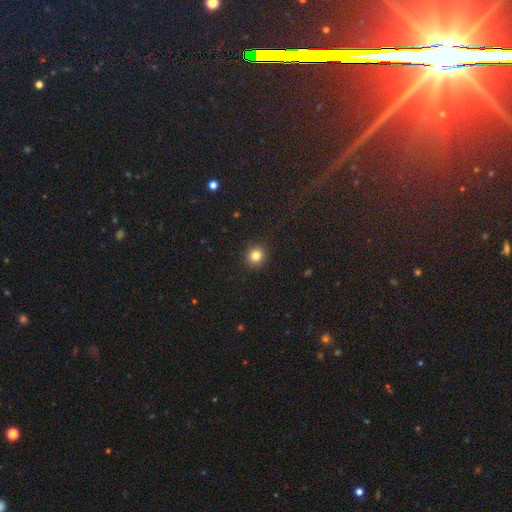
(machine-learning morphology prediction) smooth 83%, star or artifact 12%, featured or disk 5%. Down the decision tree: how rounded — round (92%); merging — none (92%).